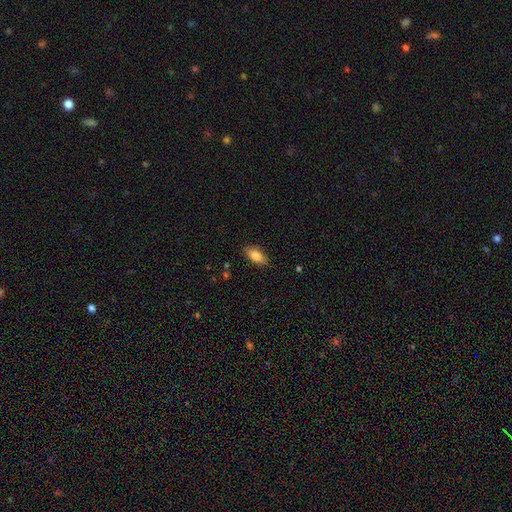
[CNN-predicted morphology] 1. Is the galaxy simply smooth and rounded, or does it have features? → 84% smooth, 9% featured or disk, 7% star or artifact.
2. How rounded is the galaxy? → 87% in between, 10% cigar-shaped, 3% round.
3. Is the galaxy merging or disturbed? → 85% none, 12% minor disturbance, 2% major disturbance, 1% merger.